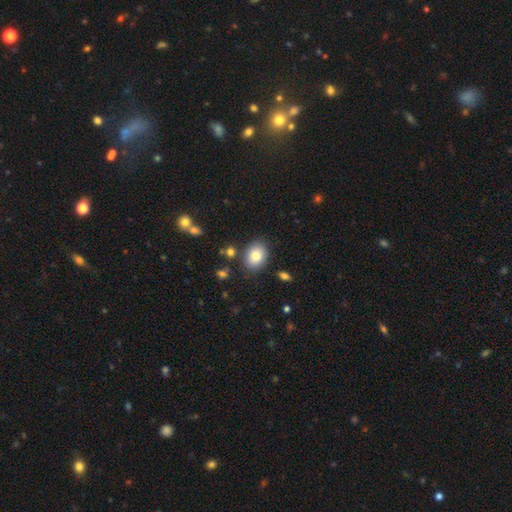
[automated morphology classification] Smooth or featured? Predicted: smooth (p=0.80). How rounded? Predicted: in between (p=0.66). Merging? Predicted: none (p=0.82).